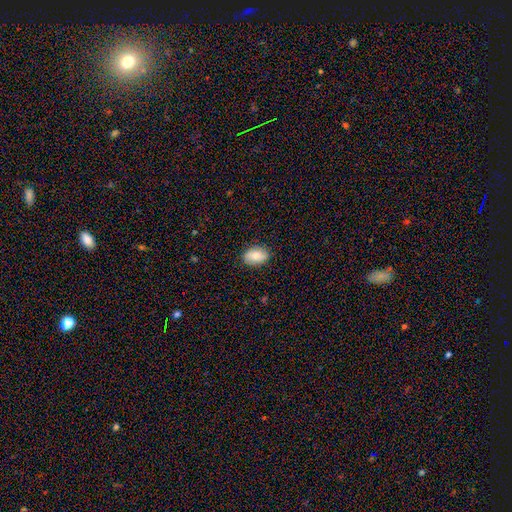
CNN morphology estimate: Smooth or featured? smooth (81%)
How rounded? in between (88%)
Merging? none (86%)